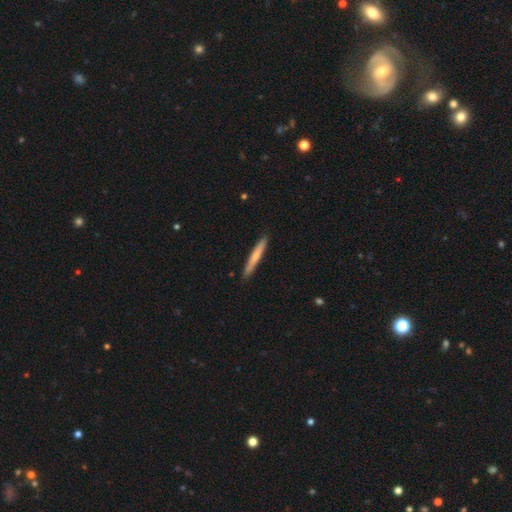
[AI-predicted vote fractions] Q: Smooth or featured?
A: smooth (66%); runner-up: featured or disk (29%)
Q: How rounded?
A: cigar-shaped (96%); runner-up: in between (3%)
Q: Merging?
A: none (89%); runner-up: minor disturbance (8%)